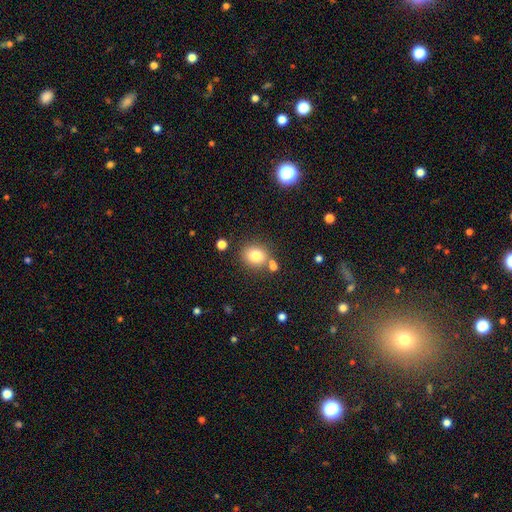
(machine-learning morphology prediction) smooth_or_featured: smooth (p=0.79) [alt: star or artifact p=0.12]
how_rounded: round (p=0.76) [alt: in between p=0.23]
merging: none (p=0.73) [alt: merger p=0.12]